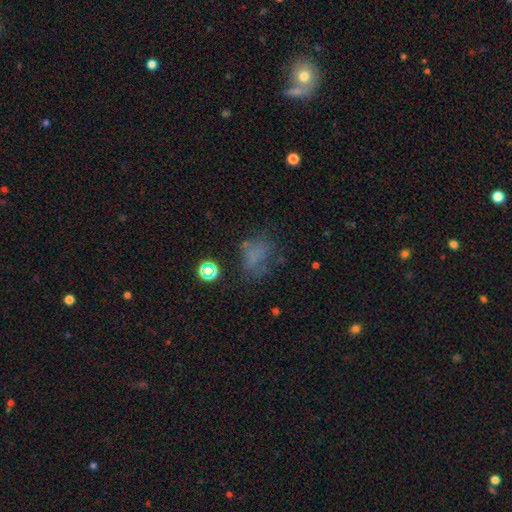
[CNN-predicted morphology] Smooth or featured: smooth — 53% (star or artifact — 25%)
How rounded: in between — 57% (round — 41%)
Merging: none — 53% (major disturbance — 21%)